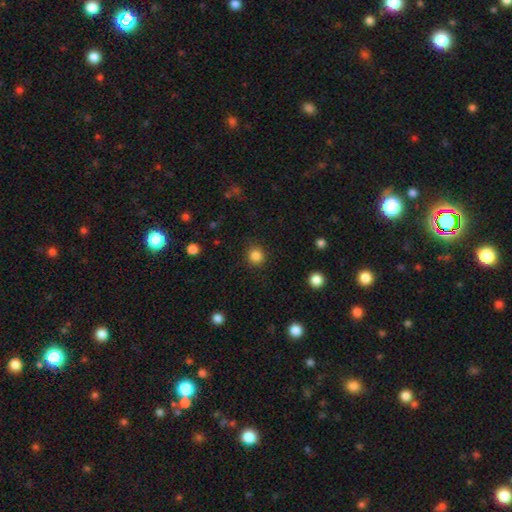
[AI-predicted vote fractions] Smooth or featured?
  - smooth: 85% *
  - star or artifact: 11%
  - featured or disk: 4%
How rounded?
  - round: 92% *
  - in between: 7%
  - cigar-shaped: 1%
Merging?
  - none: 90% *
  - minor disturbance: 7%
  - major disturbance: 2%
  - merger: 1%